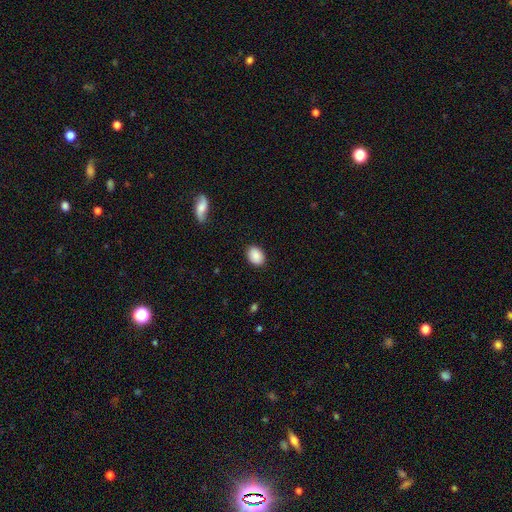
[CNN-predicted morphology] Smooth or featured? smooth (88%)
How rounded? in between (73%)
Merging? none (88%)